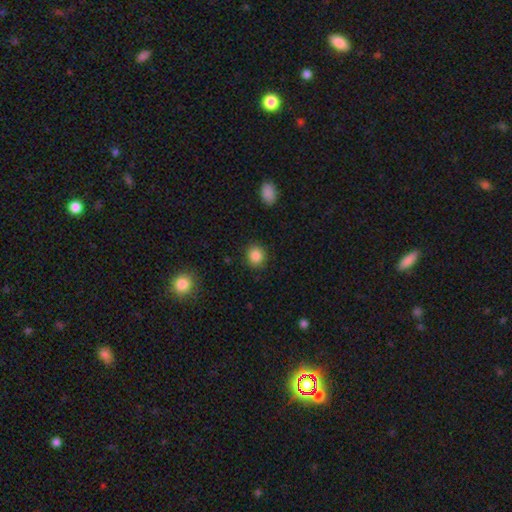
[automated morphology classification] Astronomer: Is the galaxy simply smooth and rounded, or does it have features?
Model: smooth — 87%.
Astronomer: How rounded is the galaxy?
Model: round — 82%.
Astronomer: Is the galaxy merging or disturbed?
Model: none — 88%.